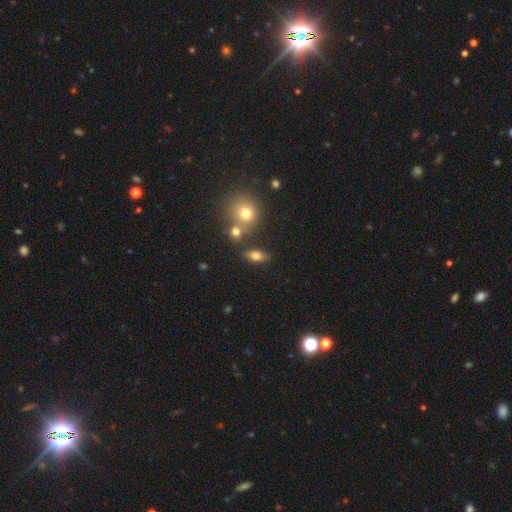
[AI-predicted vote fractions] smooth-or-featured: smooth: 74% | featured or disk: 13% | star or artifact: 12%
  how-rounded: in between: 80% | round: 13% | cigar-shaped: 7%
  merging: none: 74% | minor disturbance: 12% | merger: 11% | major disturbance: 4%